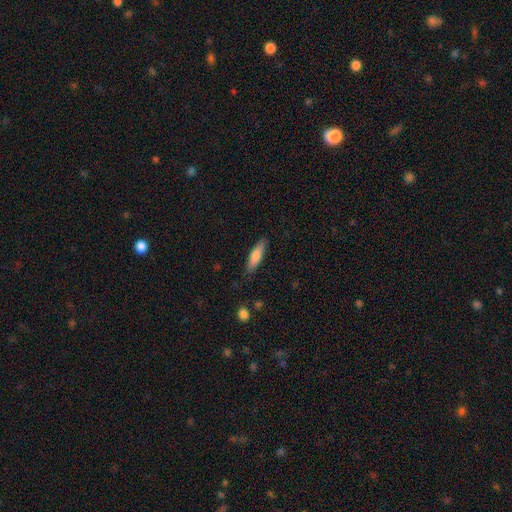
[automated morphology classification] type=smooth (74%); roundness=cigar-shaped (66%); merging=none (82%).